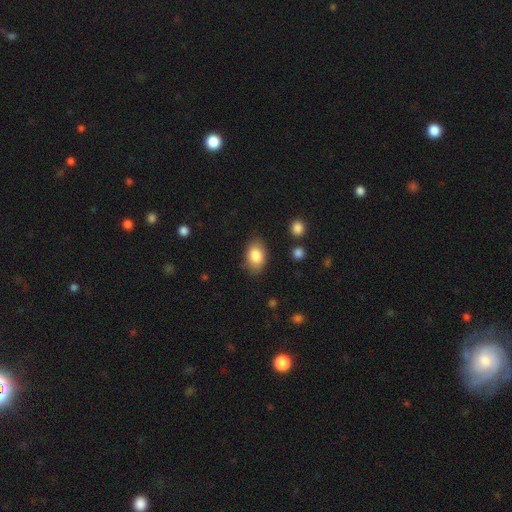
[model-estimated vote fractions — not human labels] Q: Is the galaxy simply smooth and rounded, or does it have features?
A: smooth — 84%.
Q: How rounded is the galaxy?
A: in between — 87%.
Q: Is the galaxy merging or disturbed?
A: none — 80%.